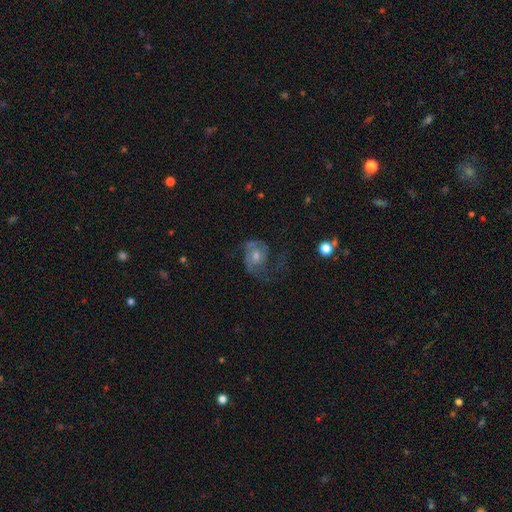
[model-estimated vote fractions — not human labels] Smooth or featured?
  - featured or disk: 73% *
  - smooth: 17%
  - star or artifact: 10%
Edge-on disk?
  - no: 97% *
  - yes: 3%
Bar?
  - no: 70% *
  - weak: 25%
  - strong: 5%
Spiral arms?
  - yes: 87% *
  - no: 13%
Spiral winding?
  - medium: 46% *
  - loose: 28%
  - tight: 26%
Spiral arm count?
  - 2: 52% *
  - can't tell: 18%
  - 1: 16%
  - 3: 9%
  - 4: 3%
  - more than 4: 3%
Bulge size?
  - moderate: 52% *
  - small: 40%
  - large: 4%
  - none: 3%
  - dominant: 1%
Merging?
  - none: 47% *
  - major disturbance: 32%
  - minor disturbance: 19%
  - merger: 2%